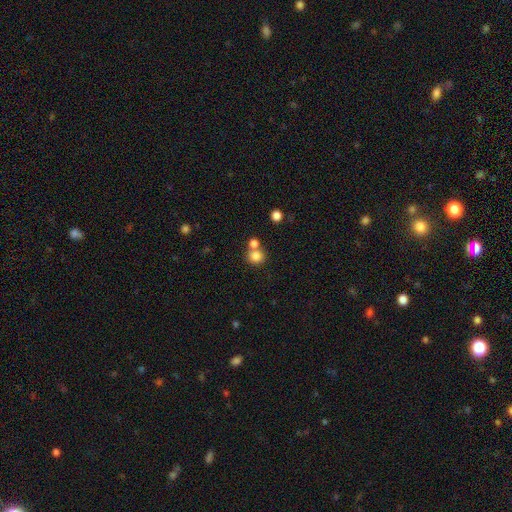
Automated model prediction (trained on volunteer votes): smooth-or-featured: smooth: 82% | star or artifact: 11% | featured or disk: 7%
  how-rounded: round: 86% | in between: 13% | cigar-shaped: 1%
  merging: none: 57% | merger: 33% | minor disturbance: 7% | major disturbance: 3%